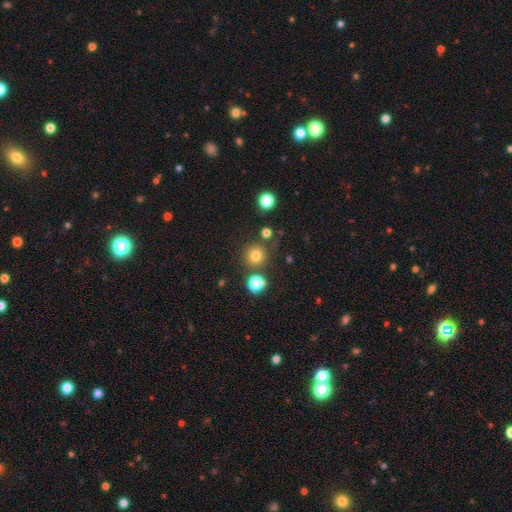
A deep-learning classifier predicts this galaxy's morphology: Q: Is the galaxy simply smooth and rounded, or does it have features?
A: smooth — 77%.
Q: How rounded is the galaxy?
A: round — 93%.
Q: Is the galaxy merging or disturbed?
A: none — 80%.